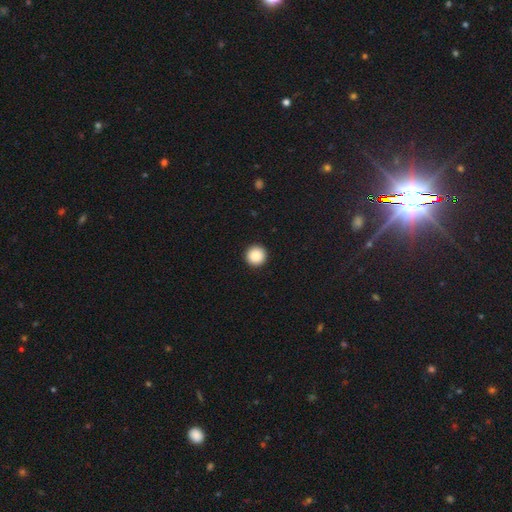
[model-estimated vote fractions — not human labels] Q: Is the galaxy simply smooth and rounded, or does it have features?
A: smooth — 88%.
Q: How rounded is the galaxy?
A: round — 97%.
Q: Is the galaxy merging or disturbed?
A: none — 94%.